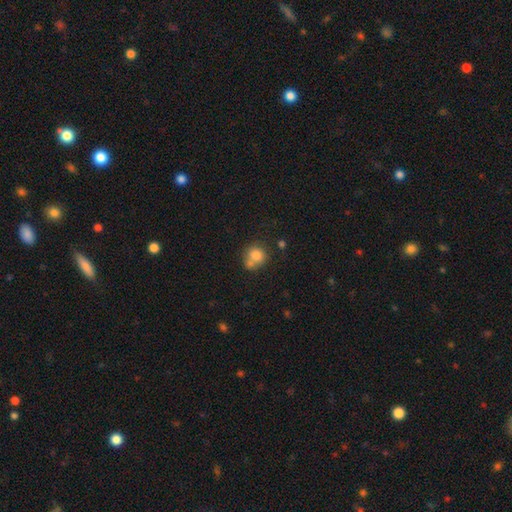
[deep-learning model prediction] Morphology: type=smooth (79%); roundness=round (76%); merging=none (43%).